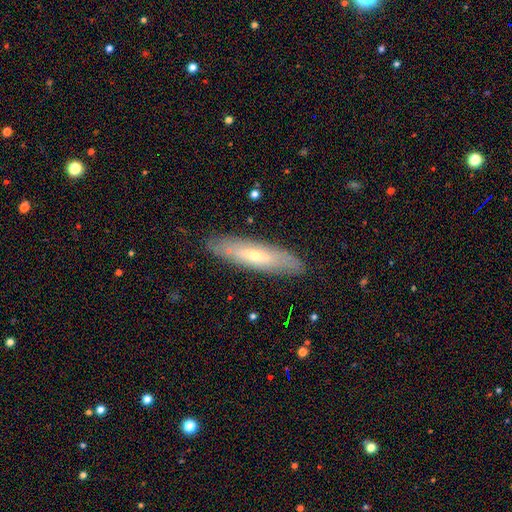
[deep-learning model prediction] This is possibly a featured or disk galaxy (50%). Merging: clearly none (85%).